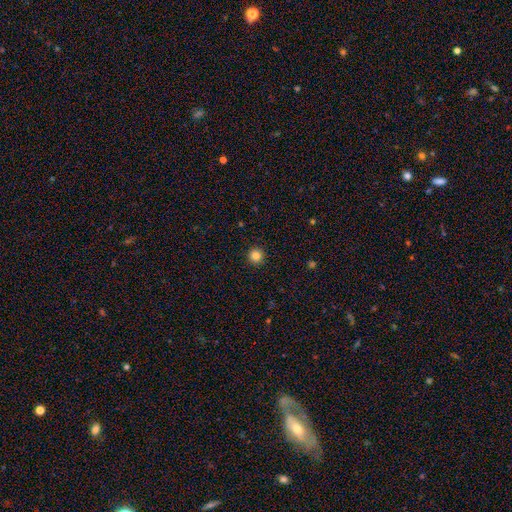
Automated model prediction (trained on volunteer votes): Smooth or featured: smooth — 84% (star or artifact — 12%)
How rounded: round — 96% (in between — 3%)
Merging: none — 93% (minor disturbance — 4%)